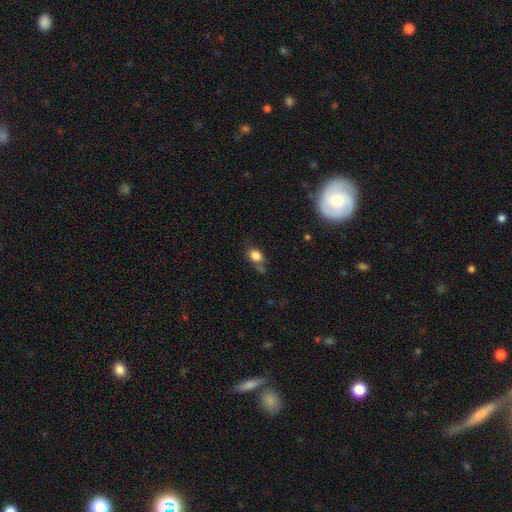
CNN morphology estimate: The model was most divided on "how rounded": in between: 52%, round: 46%, cigar-shaped: 2%. More confident: smooth or featured — smooth (81%); merging — none (53%).